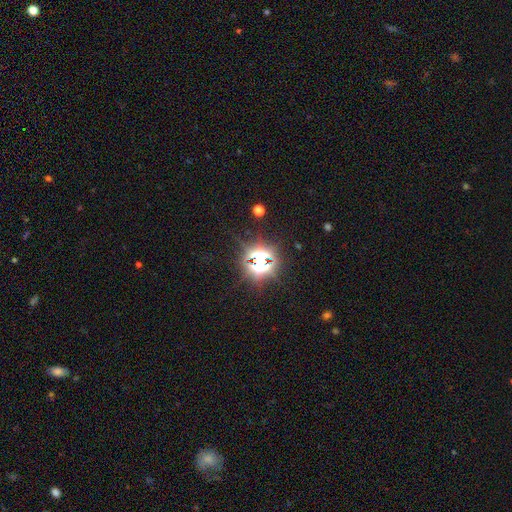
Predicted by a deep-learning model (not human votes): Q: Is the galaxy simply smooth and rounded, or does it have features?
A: star or artifact — 77%.